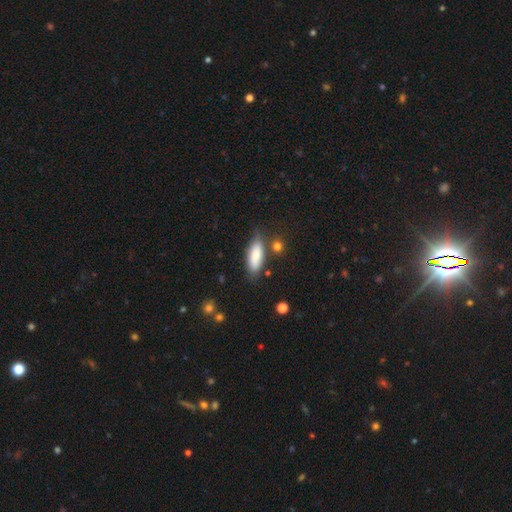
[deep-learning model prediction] Smooth or featured? Predicted: smooth (p=0.84). How rounded? Predicted: in between (p=0.67). Merging? Predicted: none (p=0.74).